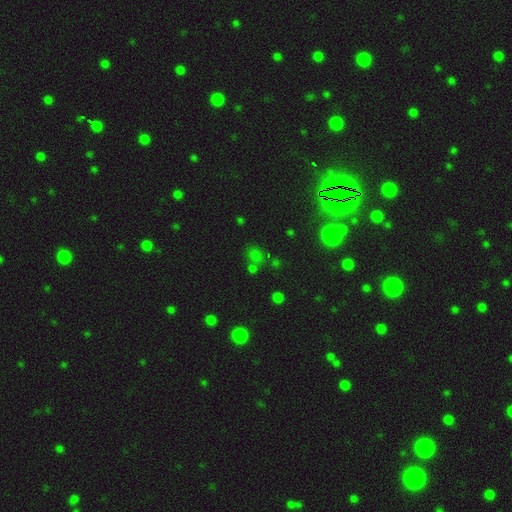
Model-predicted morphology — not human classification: A smooth galaxy with no disk features (51%) that is round (60%).

Vote fractions:
- Smooth or featured? smooth: 51% / star or artifact: 41% / featured or disk: 8%
- How rounded? round: 60% / in between: 38% / cigar-shaped: 2%
- Merging? none: 58% / merger: 21% / minor disturbance: 14% / major disturbance: 7%